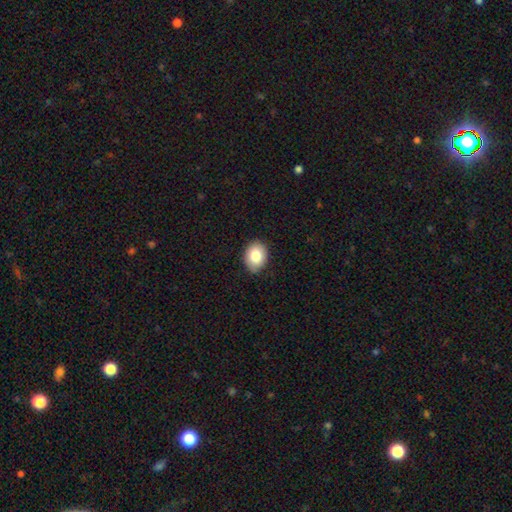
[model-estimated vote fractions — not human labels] The model was most divided on "how rounded": in between: 62%, round: 37%, cigar-shaped: 1%. More confident: merging — none (86%); smooth or featured — smooth (82%).